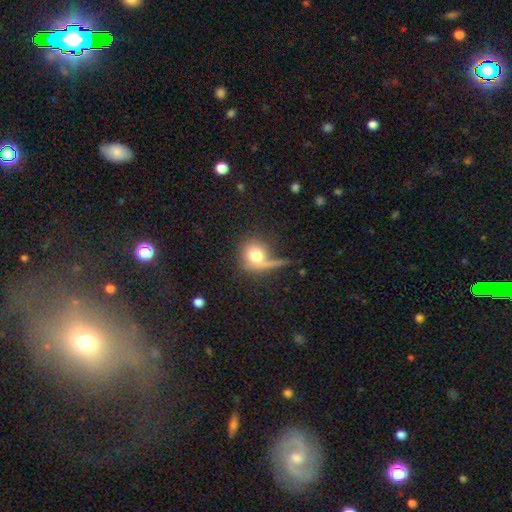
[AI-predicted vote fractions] Overall: smooth (70%). How rounded: round (85%). Merging: none (42%; major disturbance 26%).